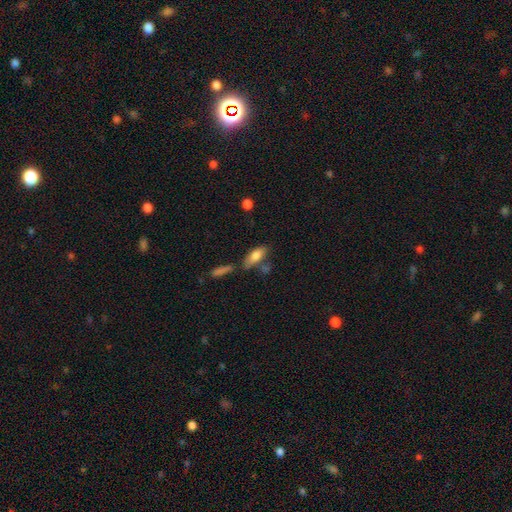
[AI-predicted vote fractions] smooth 76%, featured or disk 17%, star or artifact 7%. Down the decision tree: how rounded — in between (72%); merging — none (55%).